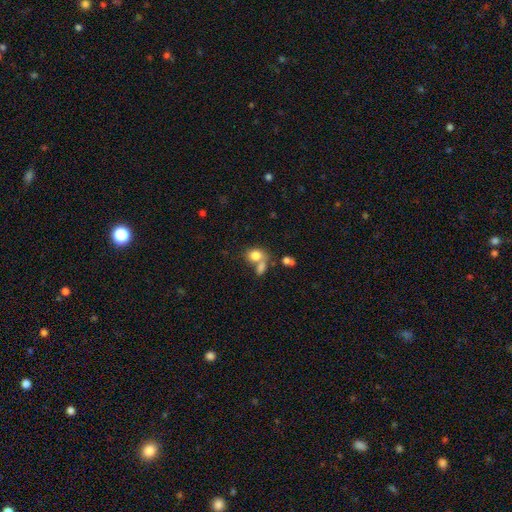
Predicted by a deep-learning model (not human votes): This appears to be a smooth galaxy with no disk features (79%) that is in between round and cigar-shaped (55%). Merging: merger (45%).